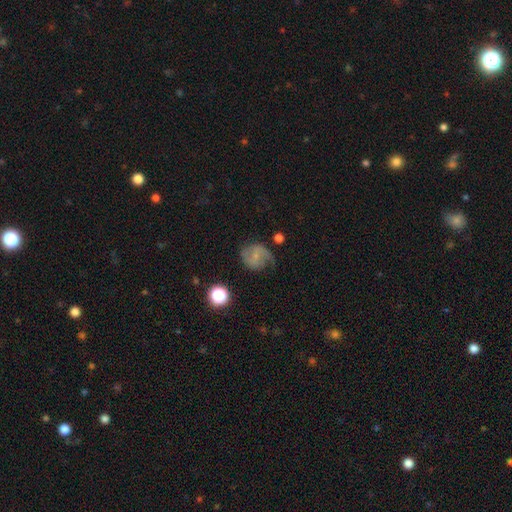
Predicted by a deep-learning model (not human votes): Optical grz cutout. It shows a featured or disk galaxy (58%) with no bar (50%), spiral arms (87%) and a small central bulge (68%). Merging: none (57%).